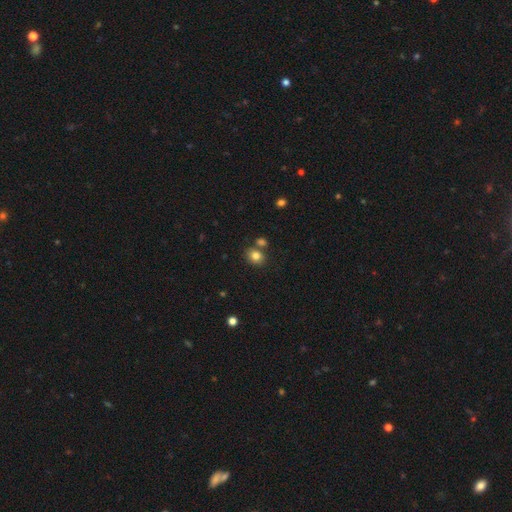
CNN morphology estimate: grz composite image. It shows a smooth galaxy with no disk features (82%) that is round (58%). Merging: none (68%).